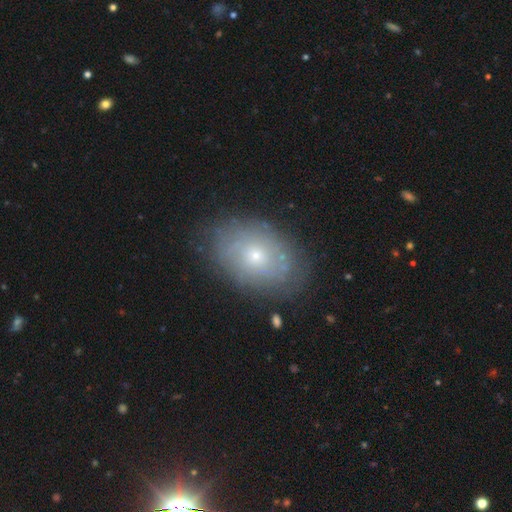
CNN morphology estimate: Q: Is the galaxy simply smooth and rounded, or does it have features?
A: featured or disk — 48%.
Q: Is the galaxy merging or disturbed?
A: none — 78%.